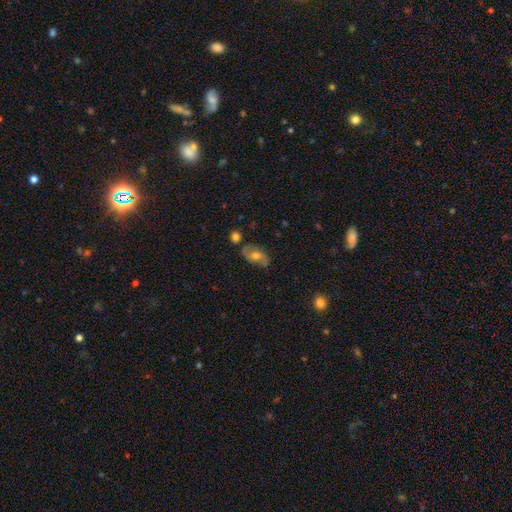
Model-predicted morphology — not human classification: A featured or disk galaxy (49%). Merging: none (76%).